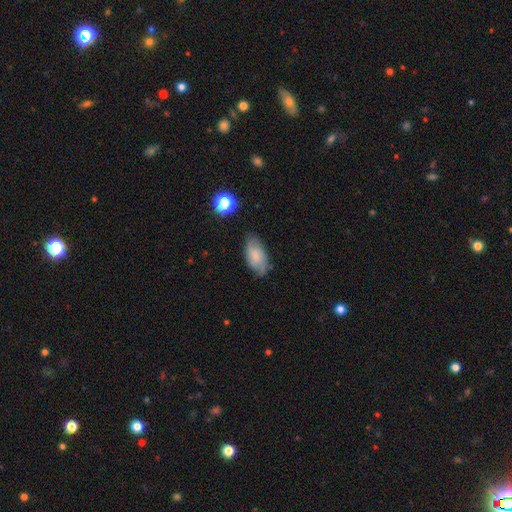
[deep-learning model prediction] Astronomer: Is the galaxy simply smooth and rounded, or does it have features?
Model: smooth — 65%.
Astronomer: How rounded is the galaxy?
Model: in between — 92%.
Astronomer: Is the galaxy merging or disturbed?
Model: none — 73%.